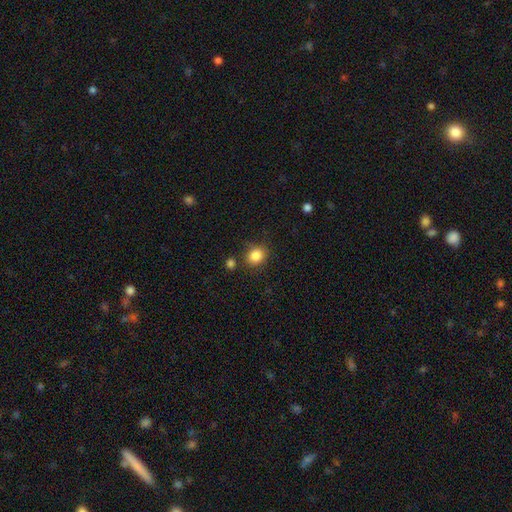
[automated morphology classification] smooth-or-featured: smooth: 85% | star or artifact: 10% | featured or disk: 5%
  how-rounded: round: 70% | in between: 29% | cigar-shaped: 1%
  merging: none: 76% | minor disturbance: 13% | merger: 6% | major disturbance: 4%